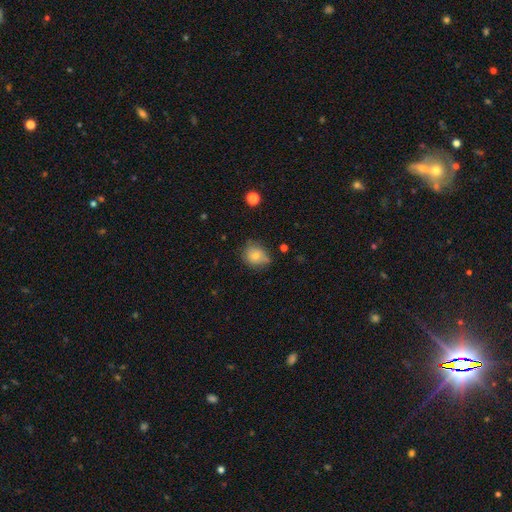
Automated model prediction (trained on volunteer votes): A smooth galaxy with no disk features (72%) that is round (66%). Merging: none (58%).